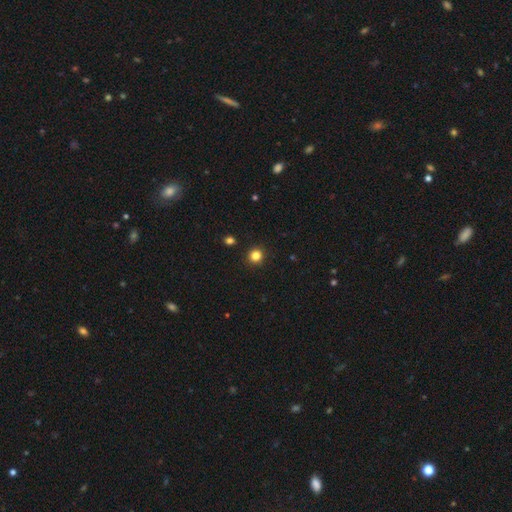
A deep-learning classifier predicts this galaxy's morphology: Smooth or featured: smooth — 82% (star or artifact — 13%)
How rounded: round — 93% (in between — 6%)
Merging: none — 93% (minor disturbance — 4%)